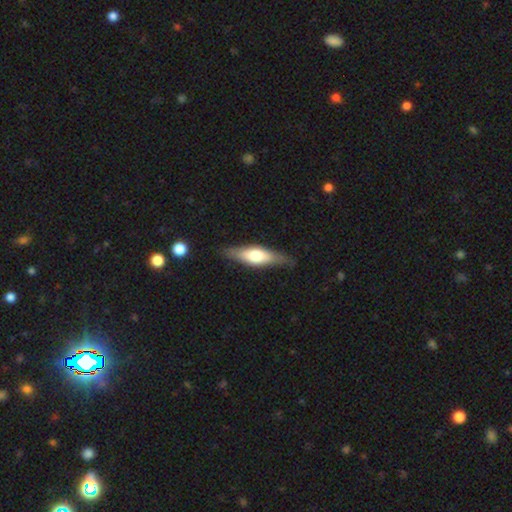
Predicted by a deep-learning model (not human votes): Smooth or featured?
  - featured or disk: 48% *
  - smooth: 46%
  - star or artifact: 6%
Merging?
  - none: 81% *
  - minor disturbance: 15%
  - major disturbance: 3%
  - merger: 1%